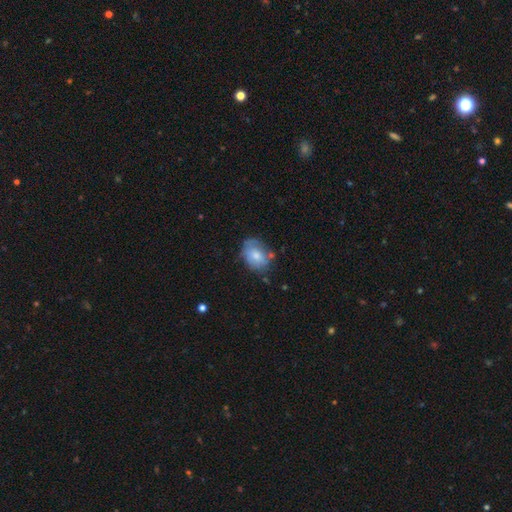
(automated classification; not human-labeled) Q: Smooth or featured?
A: smooth (65%); runner-up: featured or disk (28%)
Q: How rounded?
A: in between (69%); runner-up: round (30%)
Q: Merging?
A: none (55%); runner-up: minor disturbance (30%)